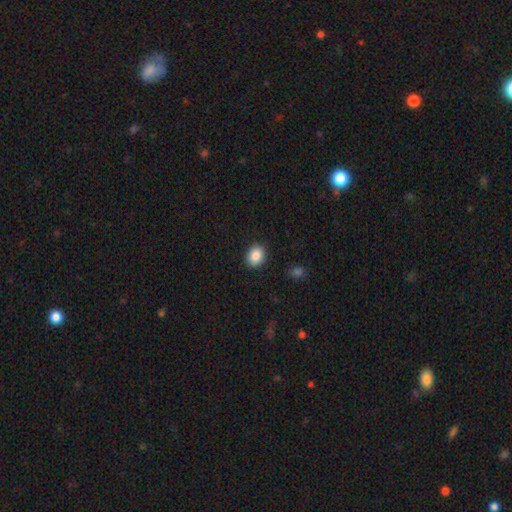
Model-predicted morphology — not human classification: type=smooth (88%); roundness=round (50%); merging=none (90%).